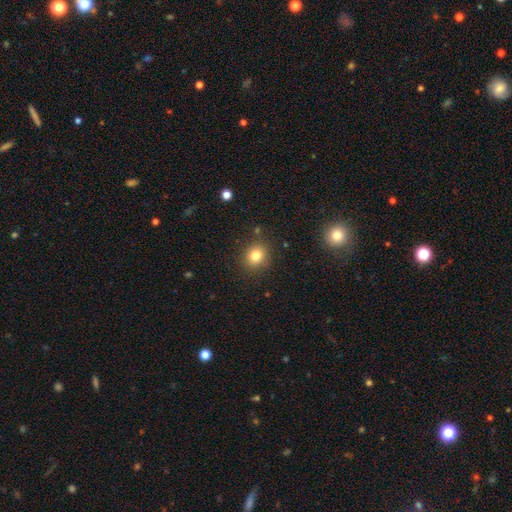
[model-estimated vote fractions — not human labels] This is clearly a smooth galaxy (80%). How rounded: likely round (76%). Merging: clearly none (86%).